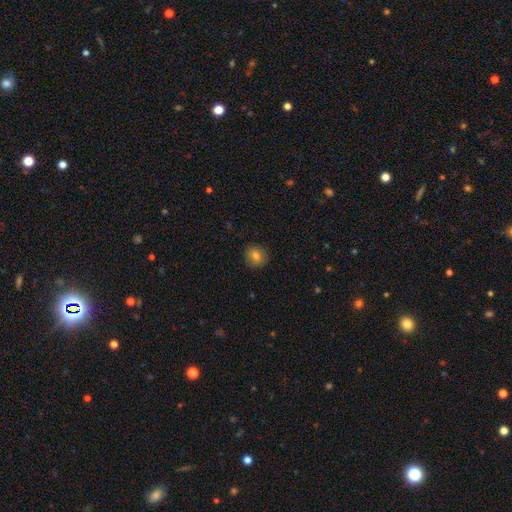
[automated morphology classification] smooth 80%, star or artifact 10%, featured or disk 10%. Down the decision tree: how rounded — round (80%); merging — none (89%).